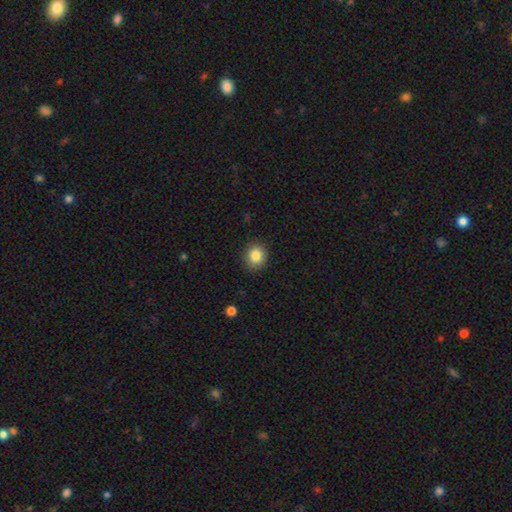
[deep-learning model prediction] Smooth or featured? smooth (85%)
How rounded? round (79%)
Merging? none (88%)